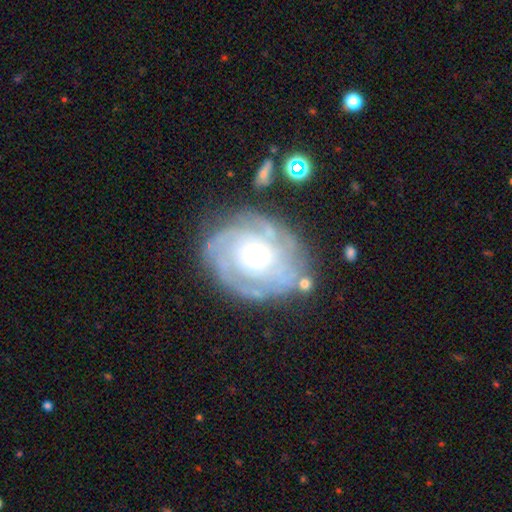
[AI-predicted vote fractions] smooth_or_featured: featured or disk (p=0.80) [alt: smooth p=0.14]
disk_edge_on: no (p=0.96) [alt: yes p=0.04]
bar: no (p=0.78) [alt: weak p=0.18]
has_spiral_arms: yes (p=0.88) [alt: no p=0.12]
spiral_winding: tight (p=0.71) [alt: medium p=0.22]
spiral_arm_count: can't tell (p=0.45) [alt: 3 p=0.16]
bulge_size: small (p=0.55) [alt: moderate p=0.39]
merging: none (p=0.71) [alt: minor disturbance p=0.18]